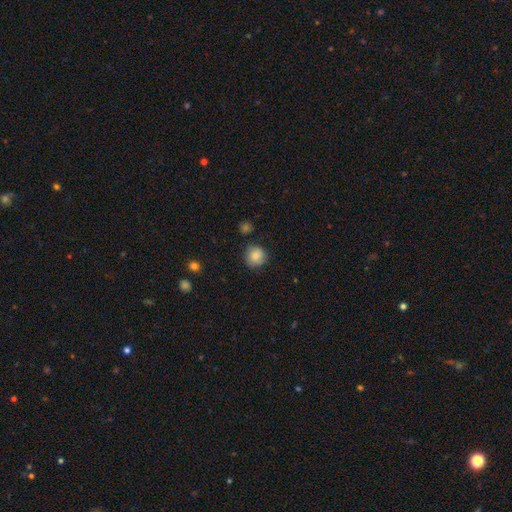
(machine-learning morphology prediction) smooth_or_featured: smooth (p=0.85) [alt: star or artifact p=0.09]
how_rounded: round (p=0.90) [alt: in between p=0.09]
merging: none (p=0.80) [alt: minor disturbance p=0.15]